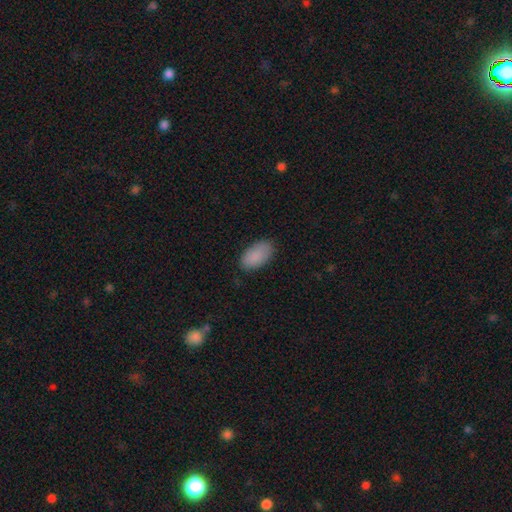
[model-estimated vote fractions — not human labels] smooth 89%, star or artifact 7%, featured or disk 5%. Down the decision tree: how rounded — in between (95%); merging — none (82%).